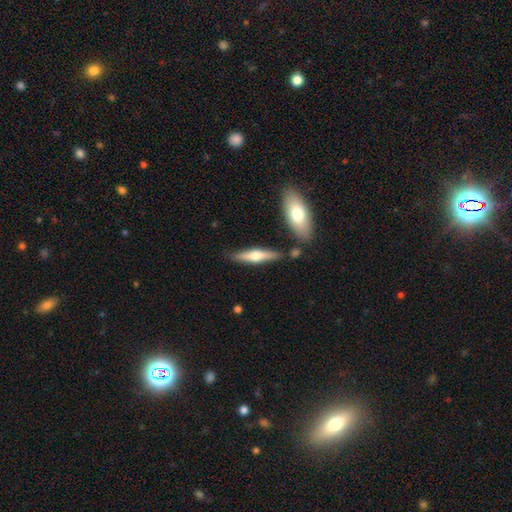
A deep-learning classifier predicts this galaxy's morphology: featured or disk 54%, smooth 40%, star or artifact 5%. Down the decision tree: edge-on disk — yes (95%); edge-on bulge — rounded (91%); merging — none (81%).